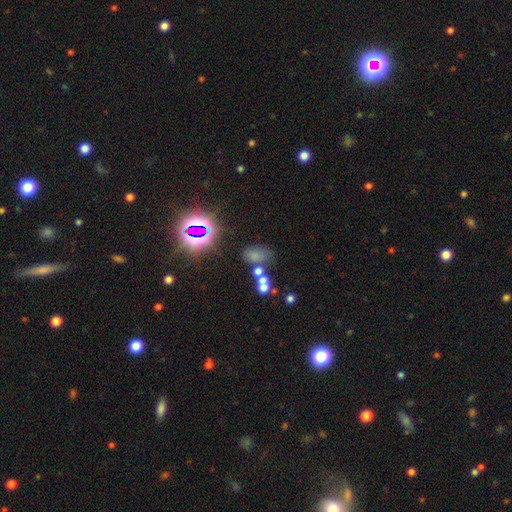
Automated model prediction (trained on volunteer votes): Morphology: type=smooth (59%); roundness=in between (81%); merging=none (49%).